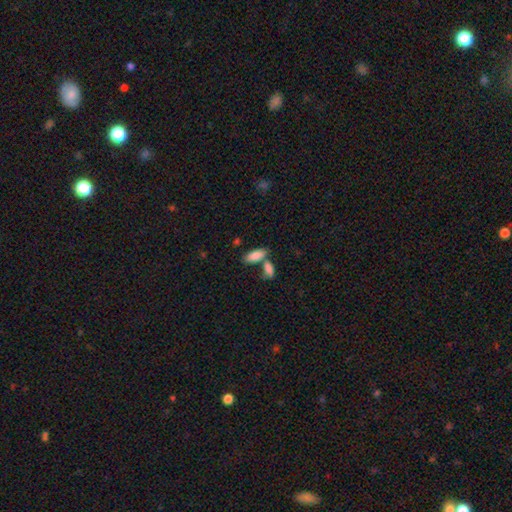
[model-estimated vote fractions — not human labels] smooth 85%, featured or disk 8%, star or artifact 6%. Down the decision tree: how rounded — in between (82%); merging — none (49%).